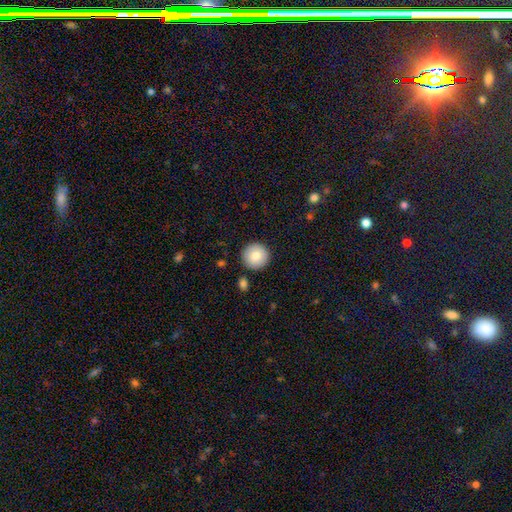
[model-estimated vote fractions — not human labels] smooth 82%, featured or disk 10%, star or artifact 8%. Down the decision tree: how rounded — round (95%); merging — none (90%).